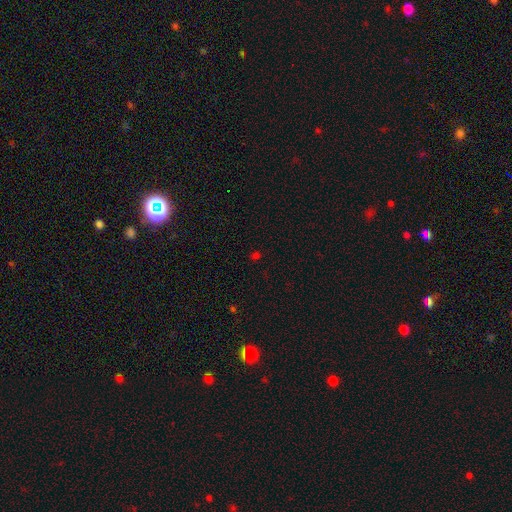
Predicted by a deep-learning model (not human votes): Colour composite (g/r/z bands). It shows a star or artifact, not a galaxy (50%).